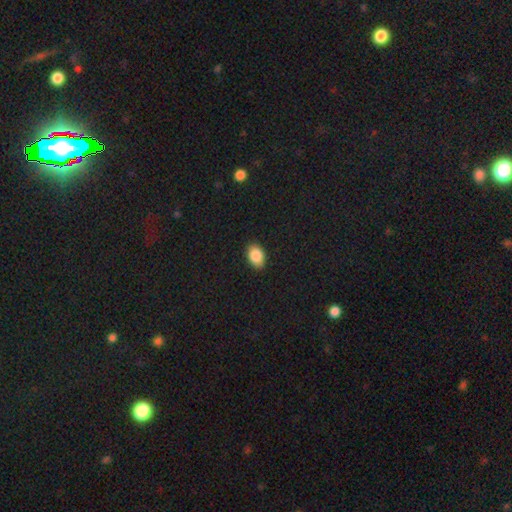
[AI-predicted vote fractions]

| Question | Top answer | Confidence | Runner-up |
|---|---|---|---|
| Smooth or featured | smooth | 87% | star or artifact (8%) |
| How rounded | in between | 85% | round (14%) |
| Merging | none | 88% | minor disturbance (9%) |